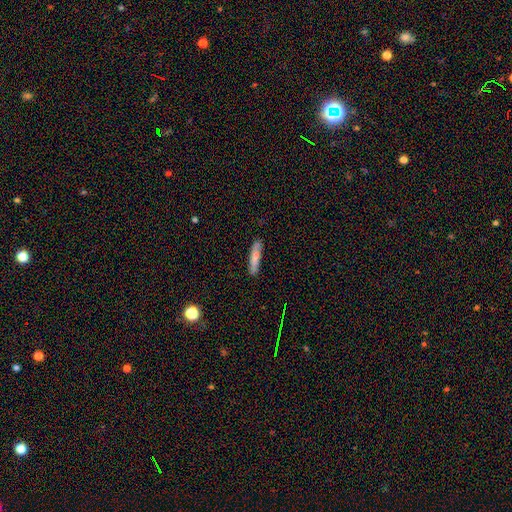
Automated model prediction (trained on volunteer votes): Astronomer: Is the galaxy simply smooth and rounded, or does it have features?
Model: smooth — 67%.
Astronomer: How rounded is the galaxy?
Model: cigar-shaped — 88%.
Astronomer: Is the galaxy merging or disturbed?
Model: none — 83%.